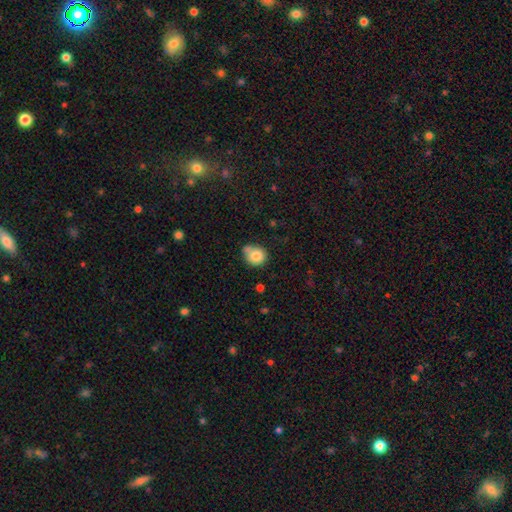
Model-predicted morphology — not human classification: Q: Smooth or featured?
A: smooth (81%); runner-up: star or artifact (9%)
Q: How rounded?
A: round (81%); runner-up: in between (18%)
Q: Merging?
A: none (54%); runner-up: merger (21%)